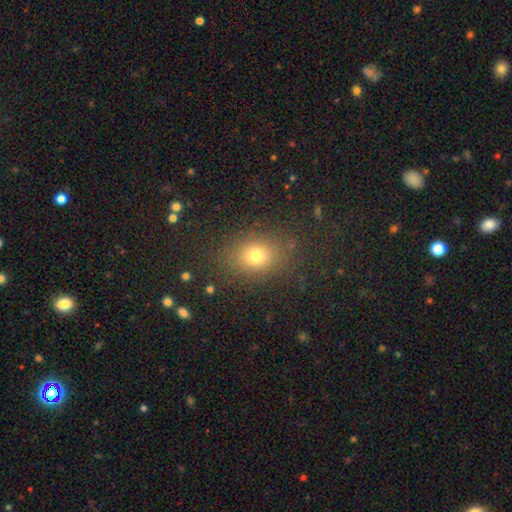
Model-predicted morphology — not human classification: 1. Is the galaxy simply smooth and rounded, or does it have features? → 74% smooth, 16% star or artifact, 9% featured or disk.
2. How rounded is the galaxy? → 58% in between, 41% round, 2% cigar-shaped.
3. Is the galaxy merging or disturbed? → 85% none, 10% minor disturbance, 4% major disturbance, 2% merger.